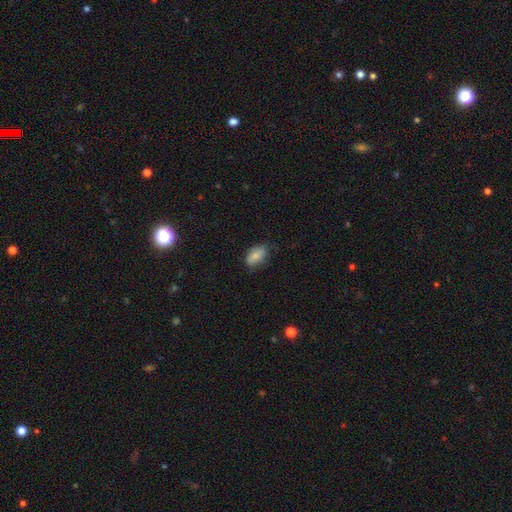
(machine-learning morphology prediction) A smooth galaxy with no disk features (80%) that is in between round and cigar-shaped (90%).

Vote fractions:
- Smooth or featured? smooth: 80% / featured or disk: 12% / star or artifact: 8%
- How rounded? in between: 90% / round: 5% / cigar-shaped: 5%
- Merging? none: 60% / minor disturbance: 31% / major disturbance: 7% / merger: 2%